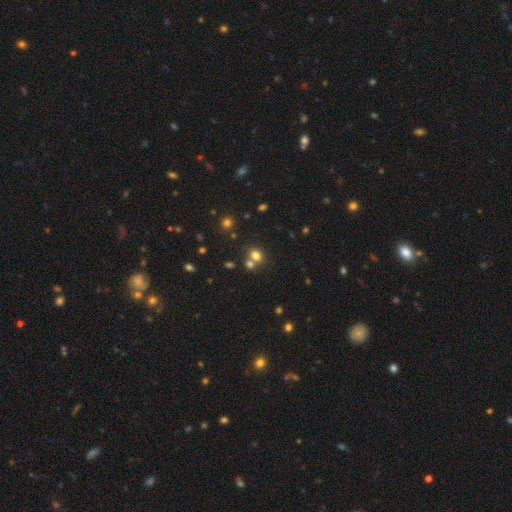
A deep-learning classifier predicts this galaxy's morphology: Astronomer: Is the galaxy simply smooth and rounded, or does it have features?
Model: smooth — 74%.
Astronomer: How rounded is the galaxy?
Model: round — 68%.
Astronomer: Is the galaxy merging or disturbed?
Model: none — 53% (runner-up: merger, 36%).